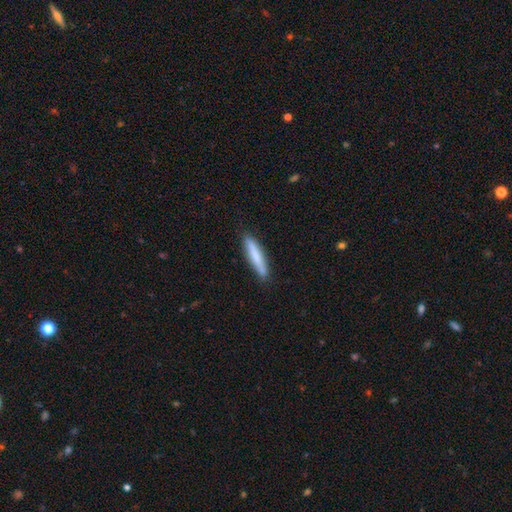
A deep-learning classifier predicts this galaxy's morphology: Smooth or featured? Predicted: smooth (p=0.75). How rounded? Predicted: cigar-shaped (p=0.92). Merging? Predicted: none (p=0.88).